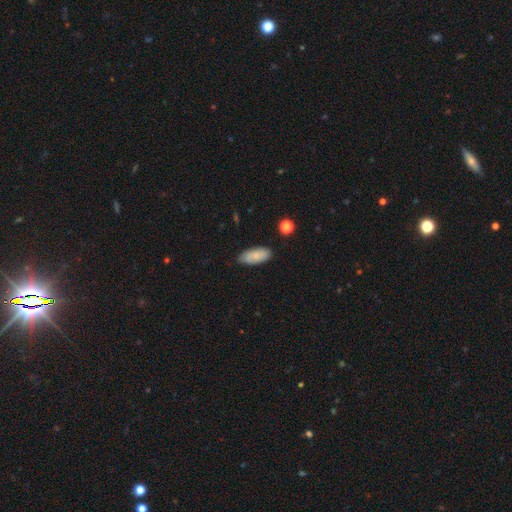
Smooth or featured? 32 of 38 (84%) said smooth. How rounded? 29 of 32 (91%) said in between. Merging? 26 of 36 (72%) said none.